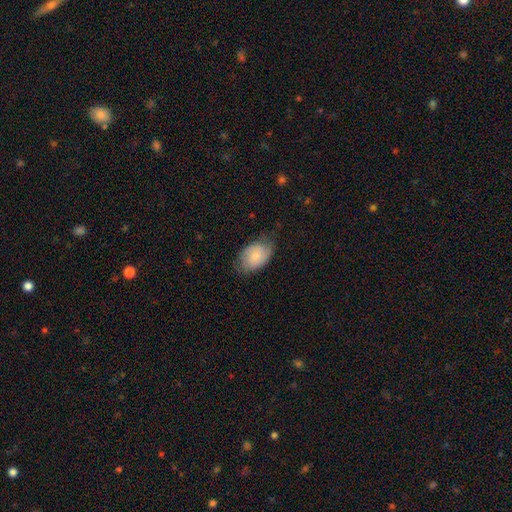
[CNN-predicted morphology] smooth 61%, featured or disk 32%, star or artifact 7%. Down the decision tree: how rounded — in between (84%); merging — none (64%).